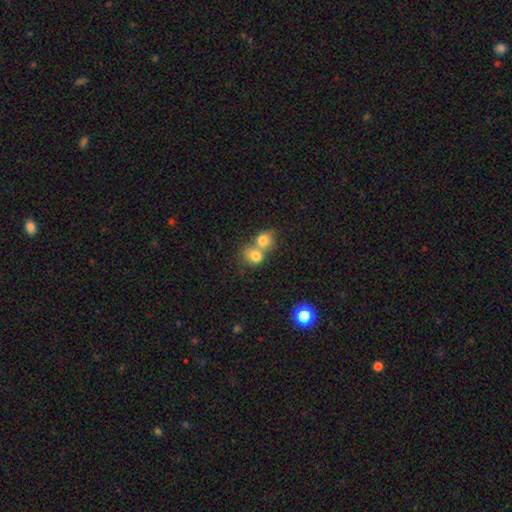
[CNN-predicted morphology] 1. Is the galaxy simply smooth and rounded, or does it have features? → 78% smooth, 11% star or artifact, 11% featured or disk.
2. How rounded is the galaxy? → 73% round, 25% in between, 1% cigar-shaped.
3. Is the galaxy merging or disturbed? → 62% merger, 29% none, 6% minor disturbance, 3% major disturbance.